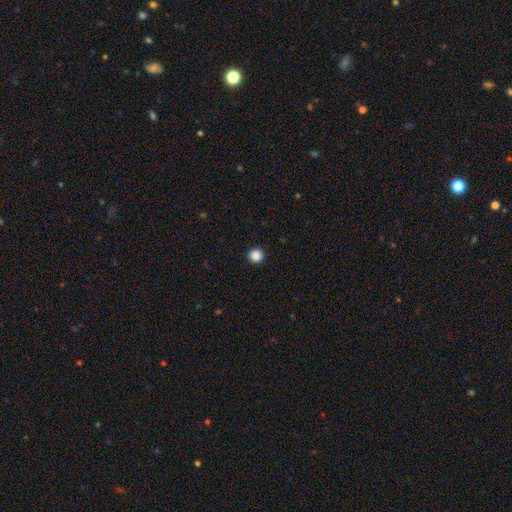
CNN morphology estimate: This appears to be a smooth galaxy with no disk features (87%) that is round (95%). Merging: none (93%).